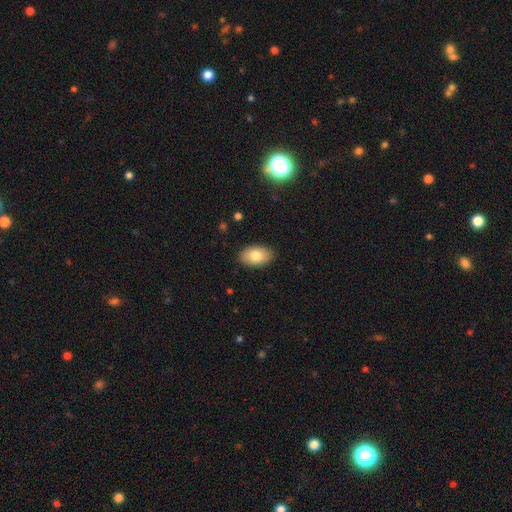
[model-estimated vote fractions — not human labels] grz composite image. It shows a smooth galaxy with no disk features (79%) that is in between round and cigar-shaped (92%). Merging: none (88%).